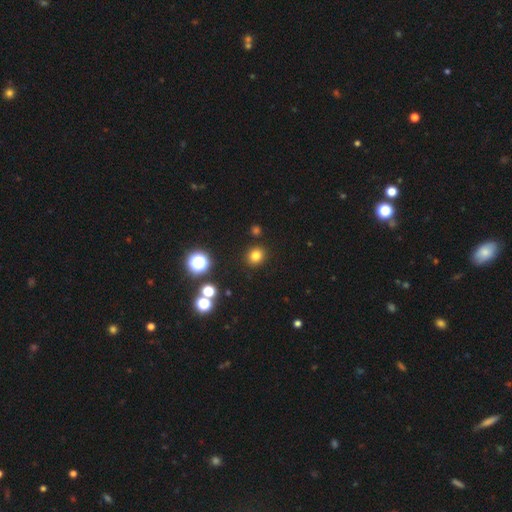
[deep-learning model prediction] Smooth or featured? smooth (79%)
How rounded? round (80%)
Merging? none (90%)